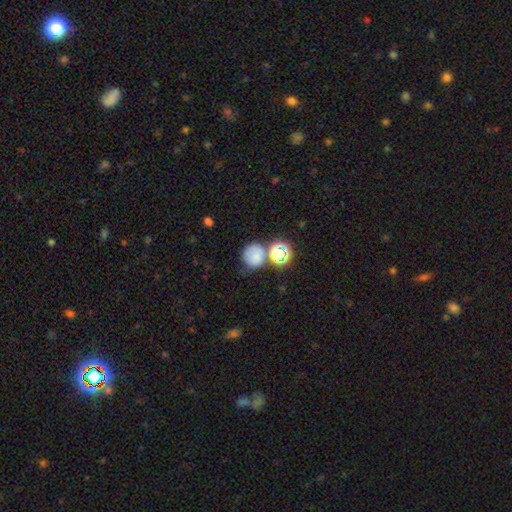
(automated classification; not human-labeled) The model was most divided on "merging": none: 58%, merger: 21%, minor disturbance: 15%, major disturbance: 6%. More confident: how rounded — round (84%); smooth or featured — smooth (71%).